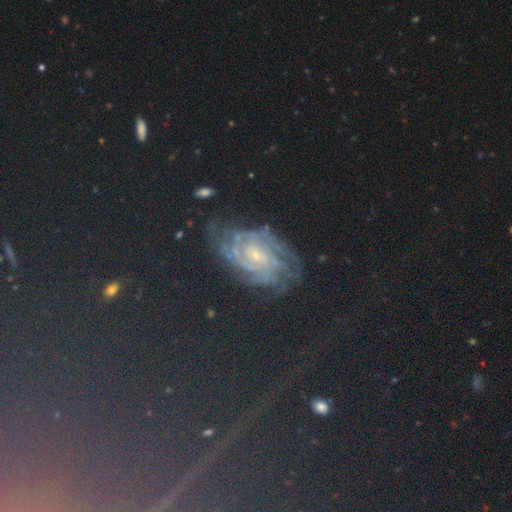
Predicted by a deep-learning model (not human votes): star or artifact 40%, featured or disk 37%, smooth 23%.